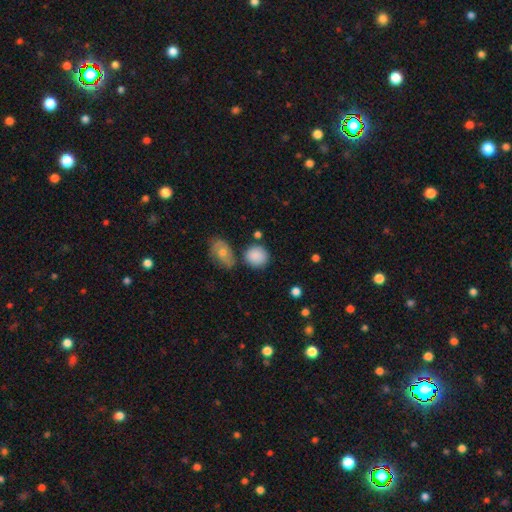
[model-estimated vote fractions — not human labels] Overall: smooth (86%). How rounded: round (81%). Merging: none (70%).